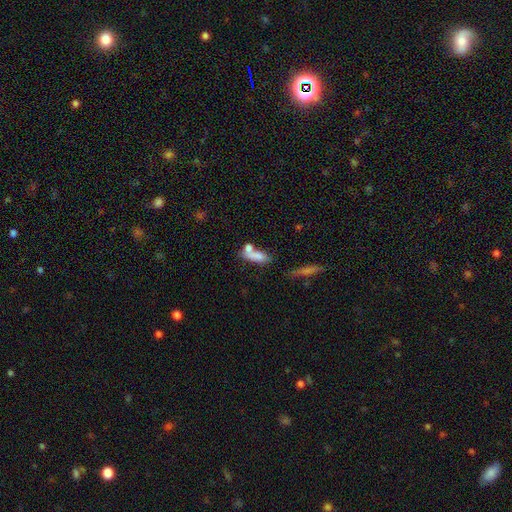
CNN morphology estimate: Smooth or featured? Predicted: smooth (p=0.72). How rounded? Predicted: in between (p=0.66). Merging? Predicted: merger (p=0.46).